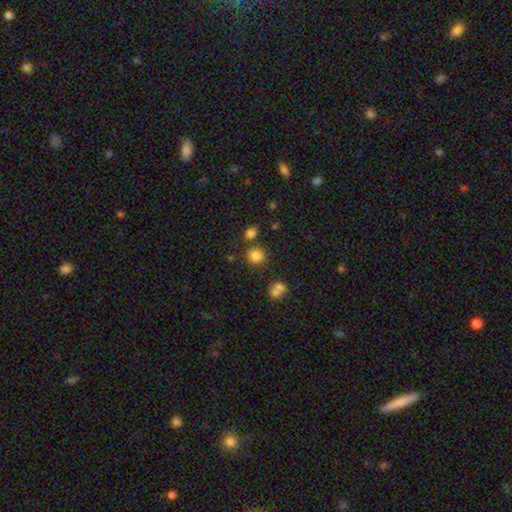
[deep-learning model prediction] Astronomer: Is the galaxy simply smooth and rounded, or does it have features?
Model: smooth — 82%.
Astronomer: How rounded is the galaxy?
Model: round — 88%.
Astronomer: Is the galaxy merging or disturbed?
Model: none — 77%.